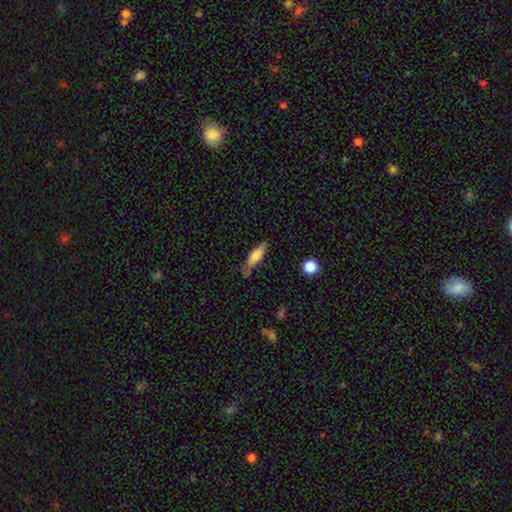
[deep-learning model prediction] This appears to be a smooth galaxy with no disk features (75%) that is cigar-shaped (54%). Merging: none (62%).